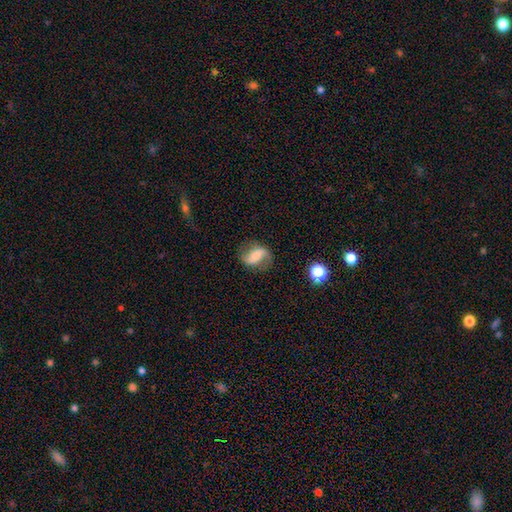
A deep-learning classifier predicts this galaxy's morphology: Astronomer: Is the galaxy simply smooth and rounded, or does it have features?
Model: featured or disk — 62%.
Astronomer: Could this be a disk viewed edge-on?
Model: no — 95%.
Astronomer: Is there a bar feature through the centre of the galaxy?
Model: strong — 39% (runner-up: weak, 32%).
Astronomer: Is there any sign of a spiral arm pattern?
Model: yes — 86%.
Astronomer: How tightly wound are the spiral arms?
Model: loose — 56% (runner-up: medium, 32%).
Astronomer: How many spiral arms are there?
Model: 2 — 87%.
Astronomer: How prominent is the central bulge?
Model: small — 43% (runner-up: moderate, 38%).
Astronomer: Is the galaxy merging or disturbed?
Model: none — 72%.